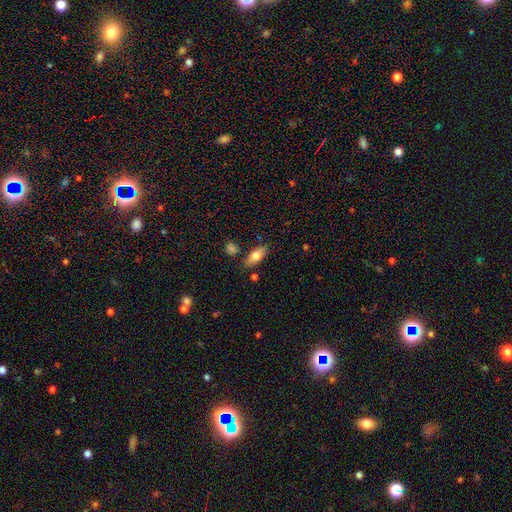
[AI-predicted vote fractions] smooth_or_featured: smooth (p=0.75) [alt: featured or disk p=0.18]
how_rounded: in between (p=0.80) [alt: cigar-shaped p=0.17]
merging: none (p=0.79) [alt: minor disturbance p=0.13]